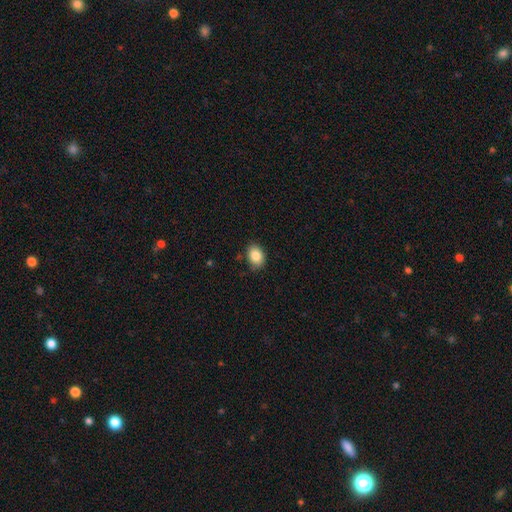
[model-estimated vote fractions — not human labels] This is clearly a smooth galaxy (86%). How rounded: likely in between (73%). Merging: clearly none (83%).